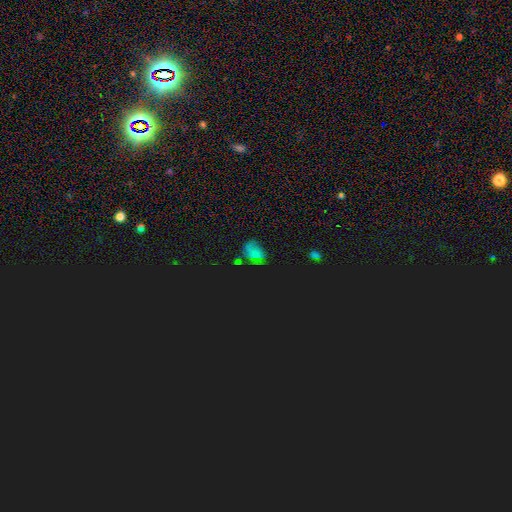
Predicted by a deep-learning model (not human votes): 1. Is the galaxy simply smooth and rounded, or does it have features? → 50% star or artifact, 36% smooth, 14% featured or disk.